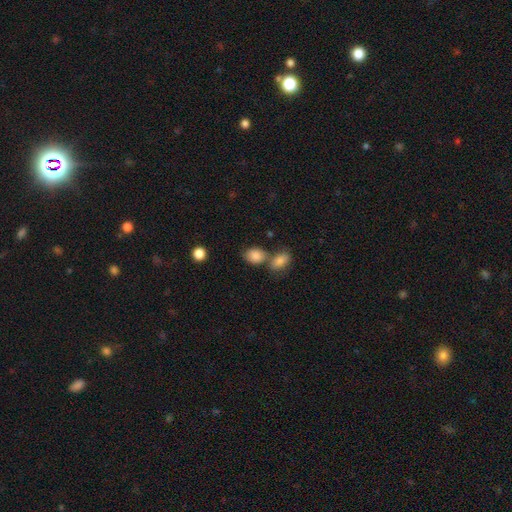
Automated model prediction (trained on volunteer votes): Overall: smooth (85%). How rounded: in between (61%; round 38%). Merging: none (49%; merger 34%).